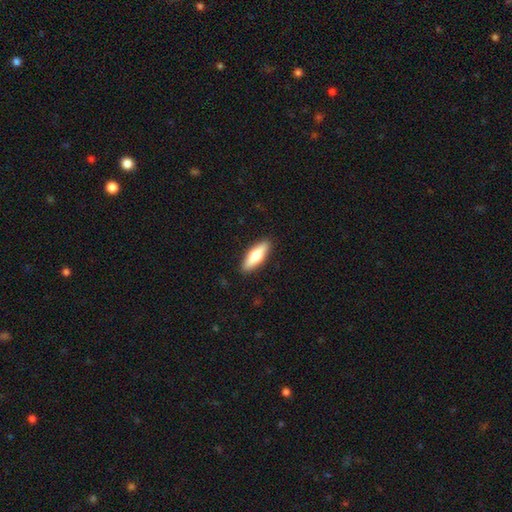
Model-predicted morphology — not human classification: Q: Smooth or featured?
A: smooth (60%); runner-up: featured or disk (34%)
Q: How rounded?
A: in between (51%); runner-up: cigar-shaped (47%)
Q: Merging?
A: none (90%); runner-up: minor disturbance (8%)